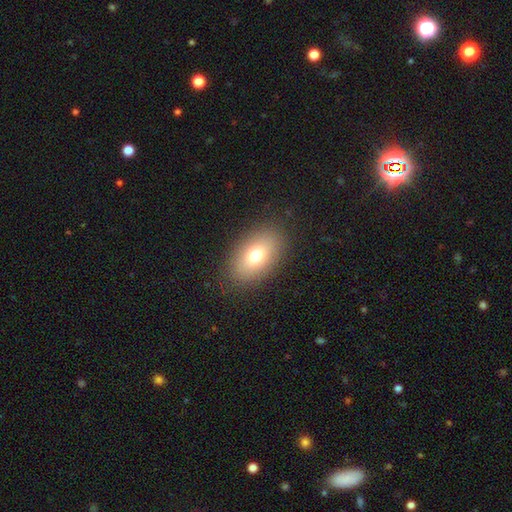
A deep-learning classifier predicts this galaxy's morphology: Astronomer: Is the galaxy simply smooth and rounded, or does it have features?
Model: smooth — 73%.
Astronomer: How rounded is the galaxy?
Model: in between — 88%.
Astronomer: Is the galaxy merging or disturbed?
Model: none — 87%.